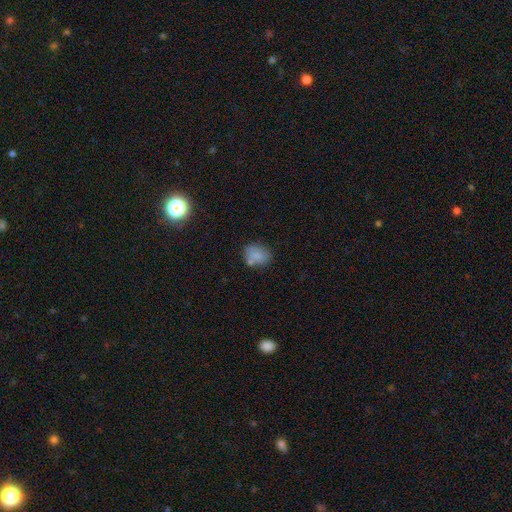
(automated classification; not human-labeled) Overall: smooth (80%). How rounded: in between (51%; round 48%). Merging: none (64%).